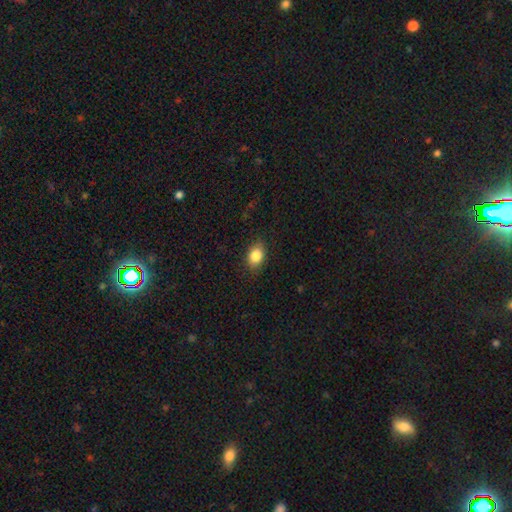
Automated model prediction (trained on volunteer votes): smooth 85%, star or artifact 9%, featured or disk 7%. Down the decision tree: how rounded — in between (75%); merging — none (86%).